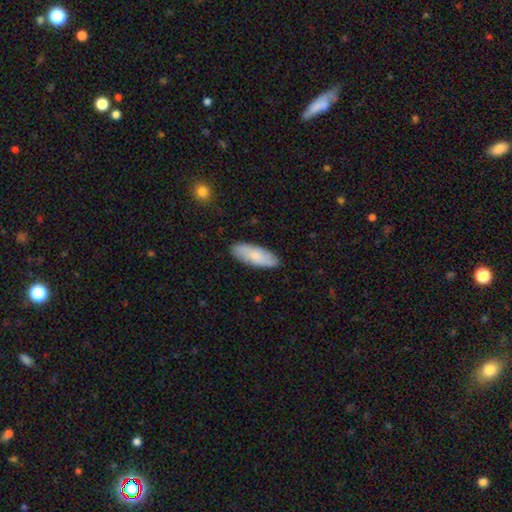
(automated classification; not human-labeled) smooth_or_featured: smooth (p=0.73) [alt: featured or disk p=0.21]
how_rounded: in between (p=0.70) [alt: cigar-shaped p=0.29]
merging: none (p=0.86) [alt: minor disturbance p=0.11]